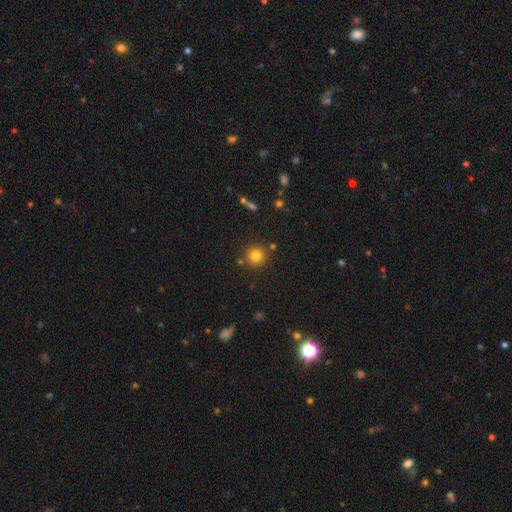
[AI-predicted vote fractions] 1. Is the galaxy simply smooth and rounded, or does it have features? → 81% smooth, 13% star or artifact, 6% featured or disk.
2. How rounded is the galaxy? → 93% round, 6% in between, 1% cigar-shaped.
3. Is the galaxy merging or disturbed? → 83% none, 8% minor disturbance, 6% merger, 3% major disturbance.